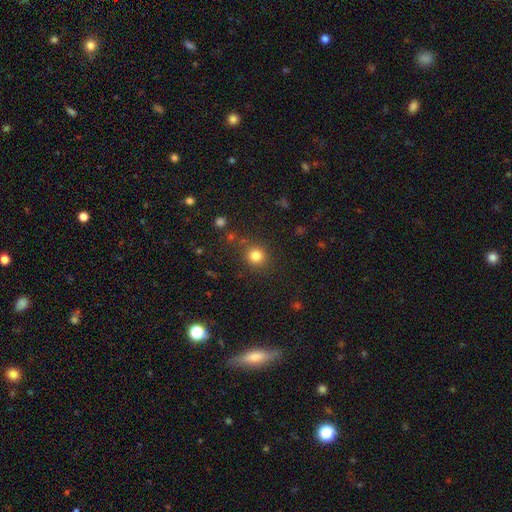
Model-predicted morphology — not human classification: Smooth or featured? smooth (82%)
How rounded? round (89%)
Merging? none (83%)